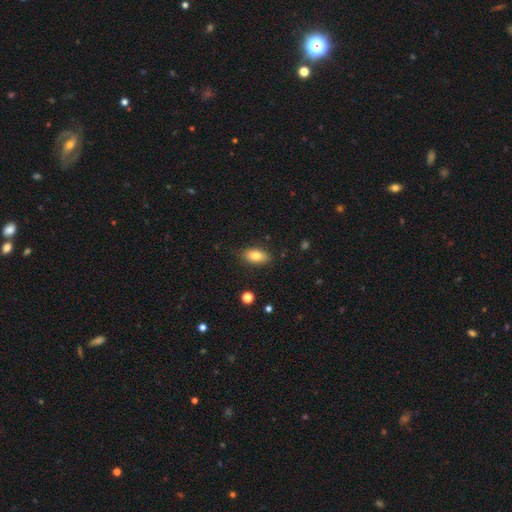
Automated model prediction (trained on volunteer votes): This appears to be a smooth galaxy with no disk features (79%) that is in between round and cigar-shaped (88%). Merging: none (85%).